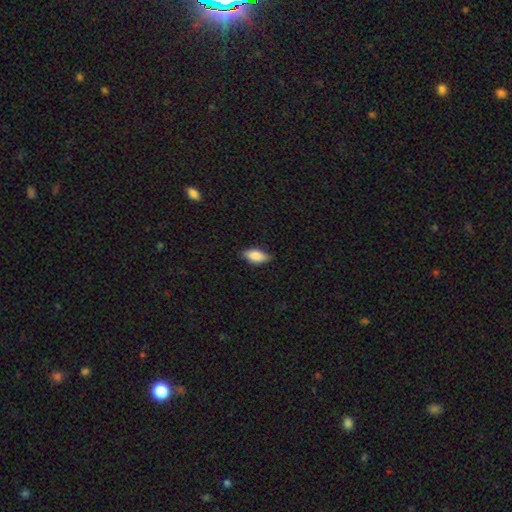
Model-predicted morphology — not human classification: smooth 83%, featured or disk 10%, star or artifact 7%. Down the decision tree: how rounded — in between (87%); merging — none (82%).